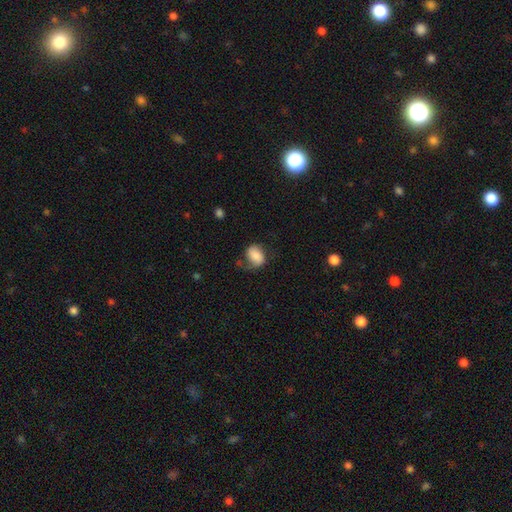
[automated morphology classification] type=smooth (64%); roundness=in between (73%); merging=none (42%).